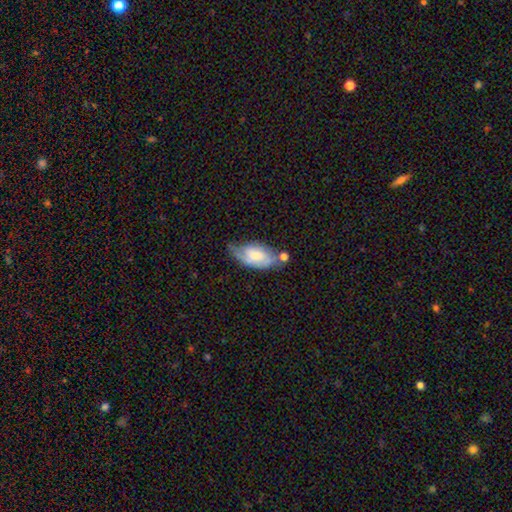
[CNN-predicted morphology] Smooth or featured? featured or disk (47%)
Merging? none (39%)